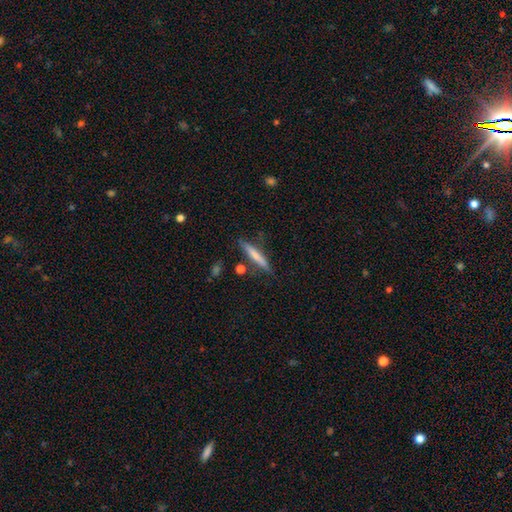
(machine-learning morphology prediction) Q: Smooth or featured?
A: smooth (63%); runner-up: featured or disk (31%)
Q: How rounded?
A: cigar-shaped (93%); runner-up: in between (6%)
Q: Merging?
A: none (80%); runner-up: minor disturbance (12%)